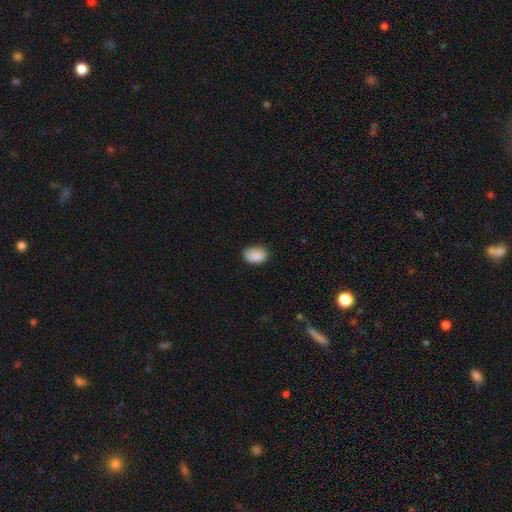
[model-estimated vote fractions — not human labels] smooth_or_featured: smooth (p=0.89) [alt: star or artifact p=0.08]
how_rounded: in between (p=0.78) [alt: round p=0.21]
merging: none (p=0.77) [alt: minor disturbance p=0.19]